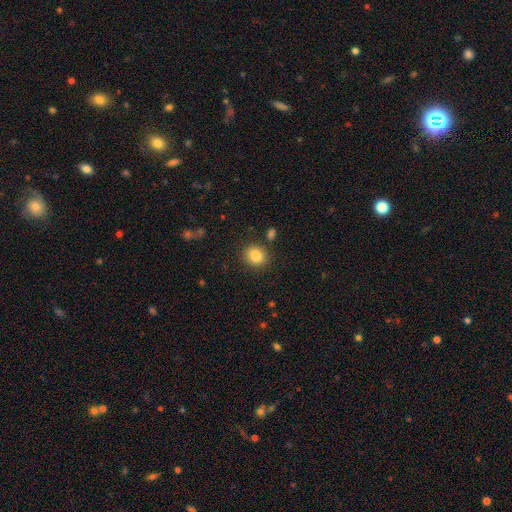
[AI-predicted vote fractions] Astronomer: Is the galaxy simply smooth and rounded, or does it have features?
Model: smooth — 85%.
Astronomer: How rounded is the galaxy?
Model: round — 79%.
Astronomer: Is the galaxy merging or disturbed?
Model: none — 86%.